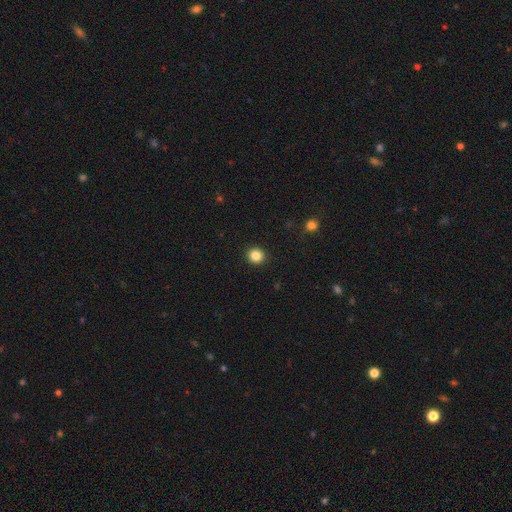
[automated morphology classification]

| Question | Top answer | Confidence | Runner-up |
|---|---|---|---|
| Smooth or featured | smooth | 85% | star or artifact (11%) |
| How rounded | round | 88% | in between (11%) |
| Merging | none | 92% | minor disturbance (5%) |